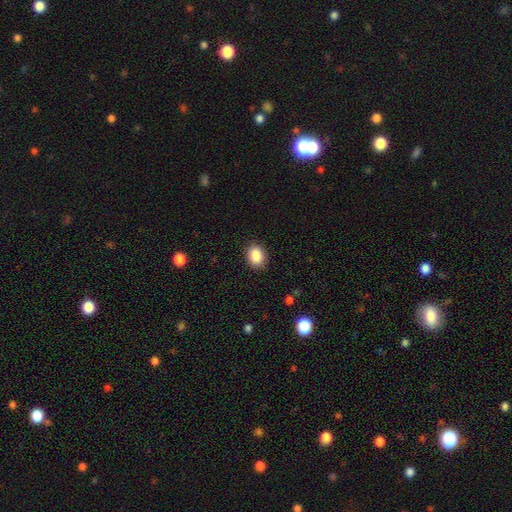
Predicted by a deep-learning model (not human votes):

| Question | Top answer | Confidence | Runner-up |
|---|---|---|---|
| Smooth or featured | smooth | 88% | star or artifact (8%) |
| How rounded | in between | 63% | round (36%) |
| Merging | none | 89% | minor disturbance (8%) |